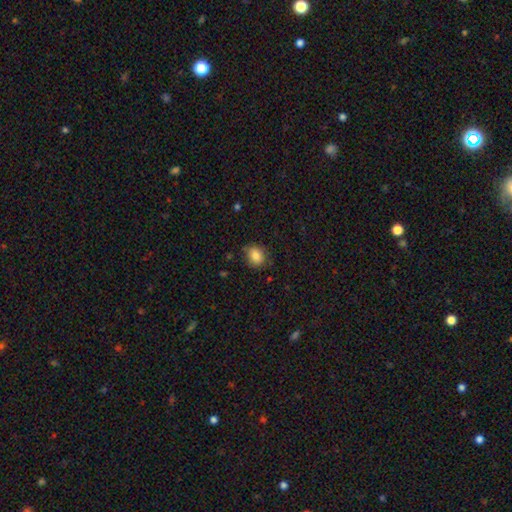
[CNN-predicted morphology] This is clearly a smooth galaxy (84%). How rounded: likely round (61%). Merging: likely none (79%).